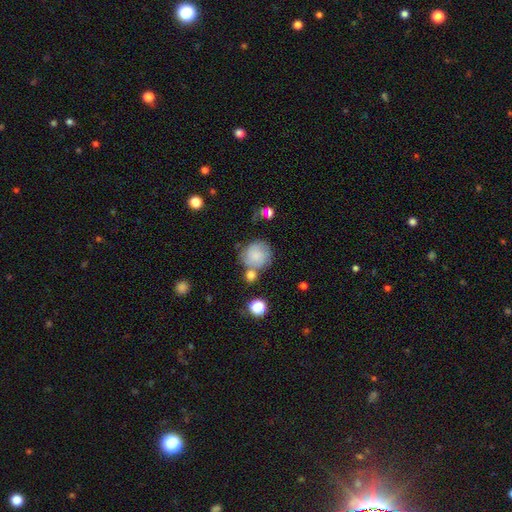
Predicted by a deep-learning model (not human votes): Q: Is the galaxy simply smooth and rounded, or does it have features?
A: smooth — 69%.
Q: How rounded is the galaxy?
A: round — 86%.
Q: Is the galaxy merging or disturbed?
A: none — 52%.